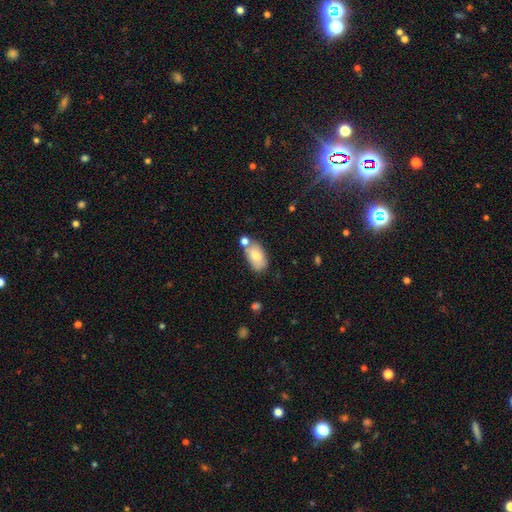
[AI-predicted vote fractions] smooth_or_featured: smooth (p=0.76) [alt: featured or disk p=0.17]
how_rounded: in between (p=0.92) [alt: round p=0.06]
merging: none (p=0.55) [alt: merger p=0.20]